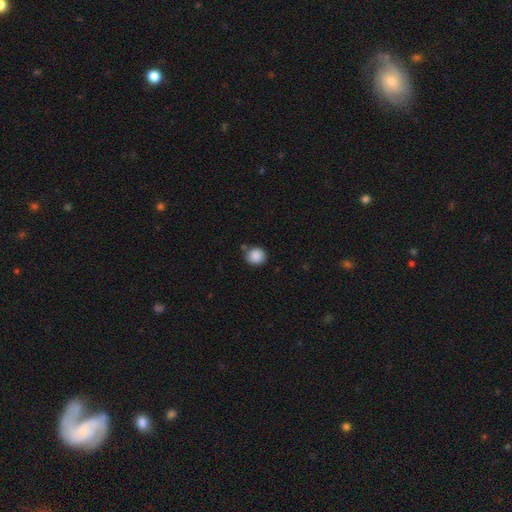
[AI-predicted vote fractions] This appears to be a smooth galaxy with no disk features (88%) that is round (88%). Merging: none (75%).